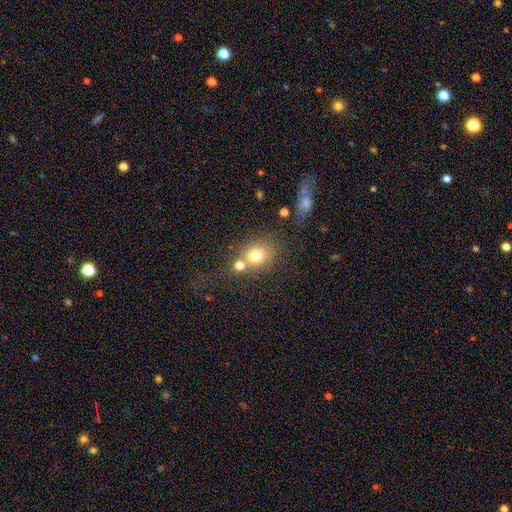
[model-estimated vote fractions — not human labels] Smooth or featured: smooth — 73% (featured or disk — 14%)
How rounded: round — 61% (in between — 38%)
Merging: none — 46% (merger — 37%)